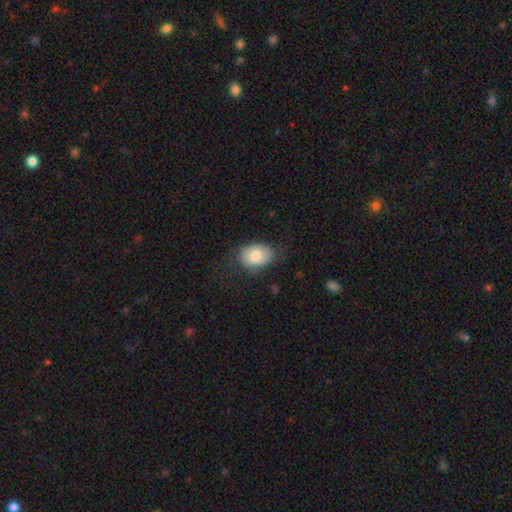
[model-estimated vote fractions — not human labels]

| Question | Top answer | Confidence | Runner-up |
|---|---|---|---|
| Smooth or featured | smooth | 76% | featured or disk (17%) |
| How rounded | in between | 76% | round (23%) |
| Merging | none | 65% | minor disturbance (24%) |